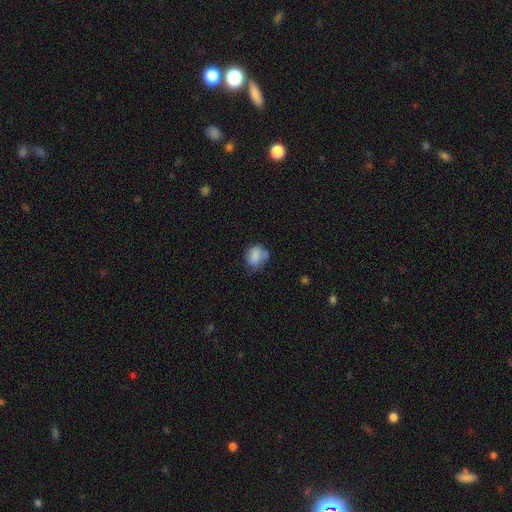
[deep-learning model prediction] smooth 79%, featured or disk 12%, star or artifact 9%. Down the decision tree: how rounded — in between (56%); merging — none (45%).